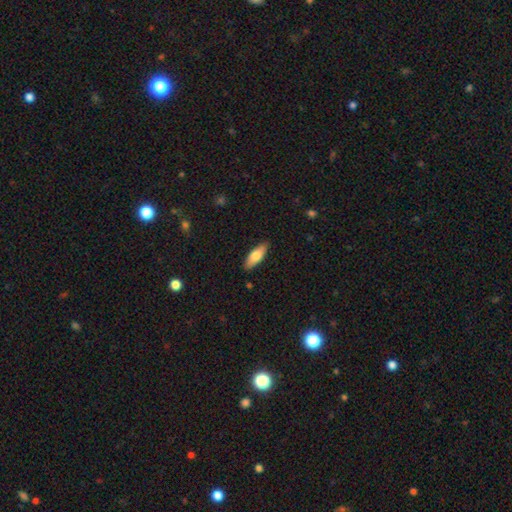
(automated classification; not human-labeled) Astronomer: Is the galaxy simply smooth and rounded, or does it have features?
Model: smooth — 72%.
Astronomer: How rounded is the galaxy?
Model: in between — 61% (runner-up: cigar-shaped, 37%).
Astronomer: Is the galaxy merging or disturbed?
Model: none — 87%.